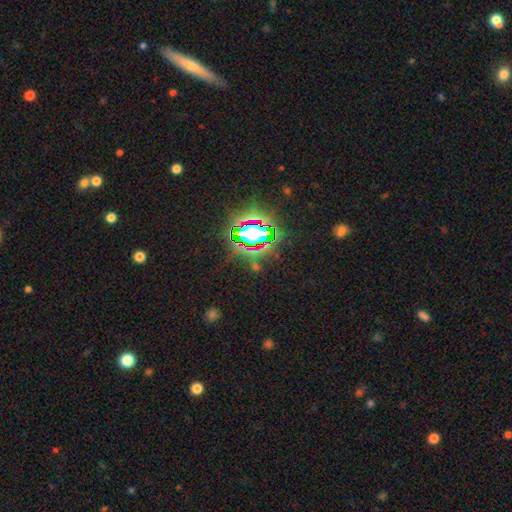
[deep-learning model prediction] Smooth or featured? Predicted: star or artifact (p=0.83).